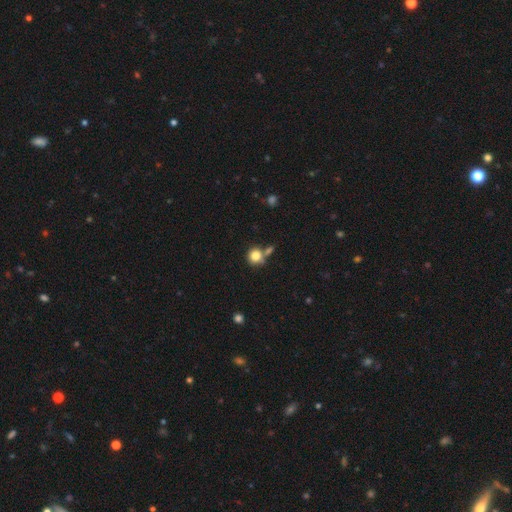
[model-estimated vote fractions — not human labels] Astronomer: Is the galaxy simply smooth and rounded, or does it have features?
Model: smooth — 82%.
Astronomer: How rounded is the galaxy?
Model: round — 88%.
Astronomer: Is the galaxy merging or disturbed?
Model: none — 59%.